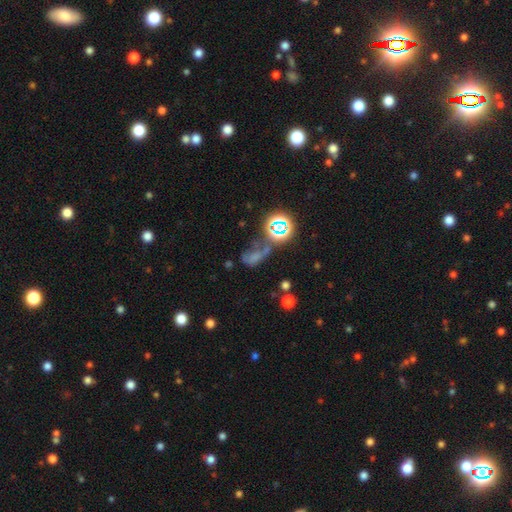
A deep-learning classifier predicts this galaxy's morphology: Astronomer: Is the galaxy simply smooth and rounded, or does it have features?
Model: star or artifact — 39% (runner-up: smooth, 38%).